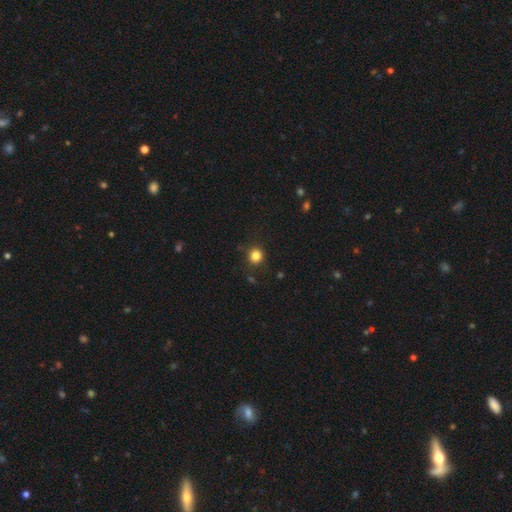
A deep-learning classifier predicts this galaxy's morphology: Smooth or featured?
  - smooth: 84% *
  - star or artifact: 12%
  - featured or disk: 4%
How rounded?
  - round: 92% *
  - in between: 7%
  - cigar-shaped: 1%
Merging?
  - none: 88% *
  - minor disturbance: 8%
  - major disturbance: 2%
  - merger: 2%